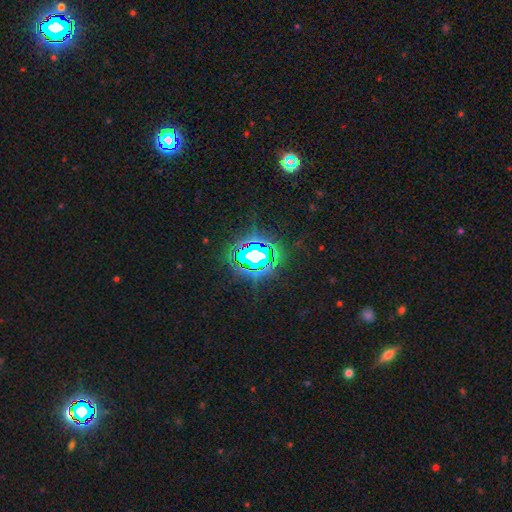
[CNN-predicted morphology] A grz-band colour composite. It shows a star or artifact, not a galaxy (74%).